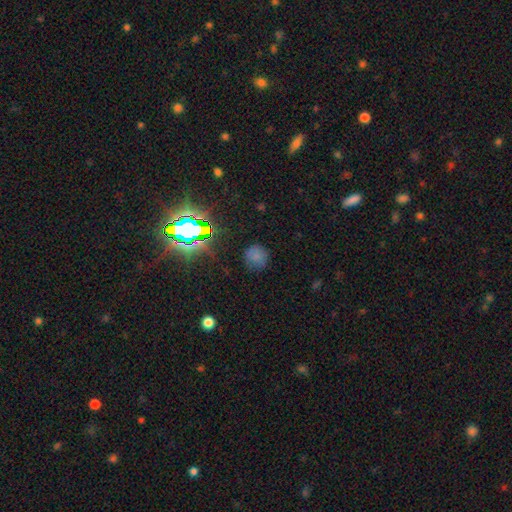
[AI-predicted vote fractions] This appears to be a smooth galaxy with no disk features (65%) that is round (88%). Merging: none (77%).